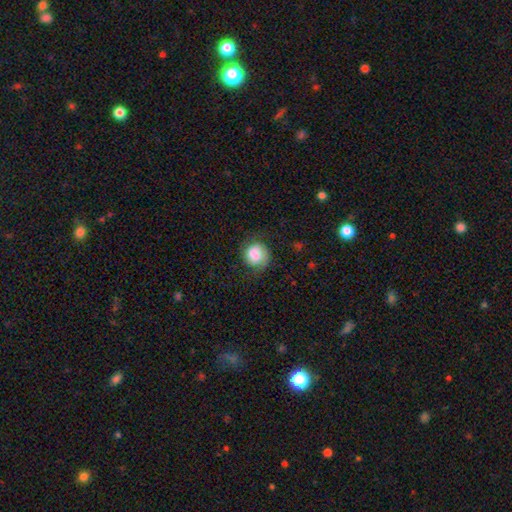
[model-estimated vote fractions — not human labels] The model was most divided on "merging": none: 62%, minor disturbance: 24%, major disturbance: 12%, merger: 2%. More confident: how rounded — round (77%); smooth or featured — smooth (71%).